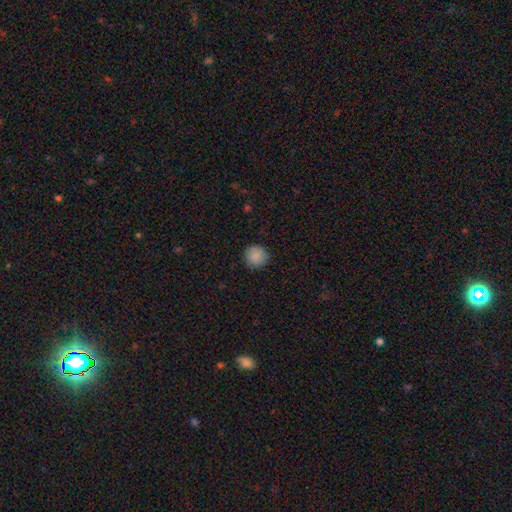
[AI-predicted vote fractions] Smooth or featured: smooth — 88% (star or artifact — 8%)
How rounded: round — 93% (in between — 6%)
Merging: none — 88% (minor disturbance — 9%)